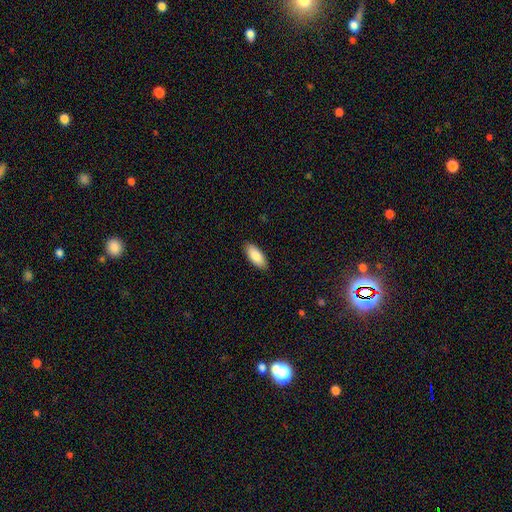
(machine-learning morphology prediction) Smooth or featured? Predicted: smooth (p=0.87). How rounded? Predicted: in between (p=0.85). Merging? Predicted: none (p=0.89).